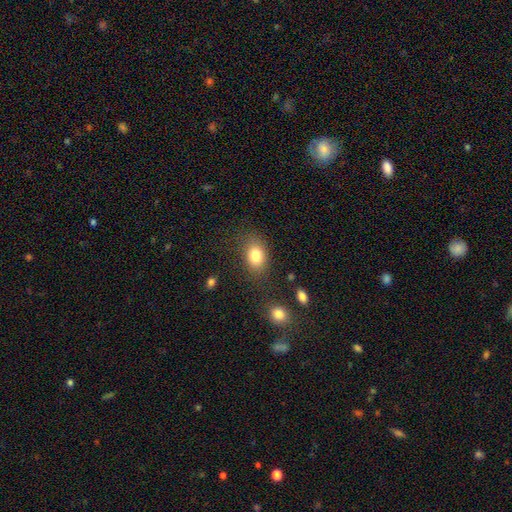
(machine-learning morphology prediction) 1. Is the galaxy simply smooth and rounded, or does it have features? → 82% smooth, 9% star or artifact, 9% featured or disk.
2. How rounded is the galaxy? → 76% in between, 23% round, 1% cigar-shaped.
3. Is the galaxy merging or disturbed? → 78% none, 14% minor disturbance, 5% major disturbance, 2% merger.